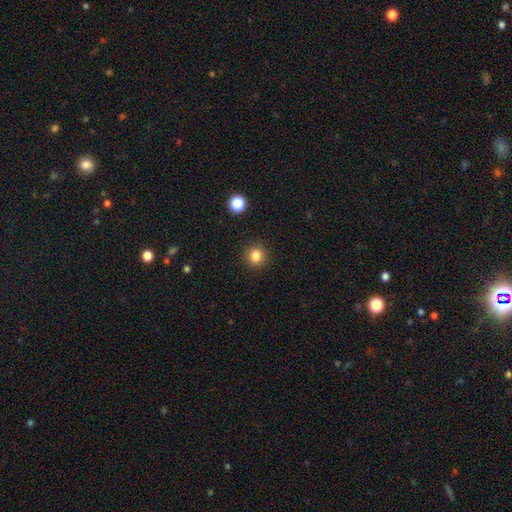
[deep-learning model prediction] Smooth or featured? smooth (84%)
How rounded? round (89%)
Merging? none (90%)